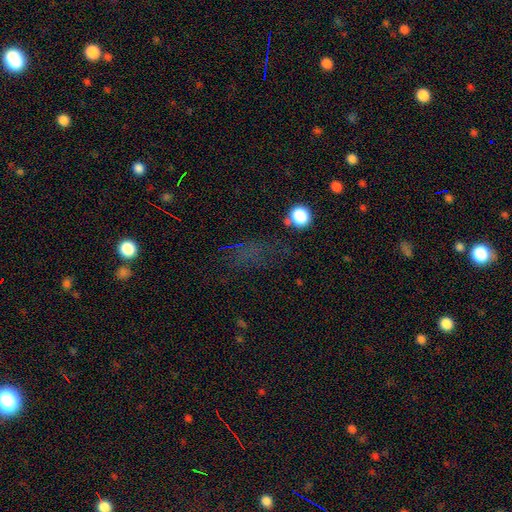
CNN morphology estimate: Smooth or featured: smooth — 43% (star or artifact — 42%)
Merging: none — 65% (minor disturbance — 17%)